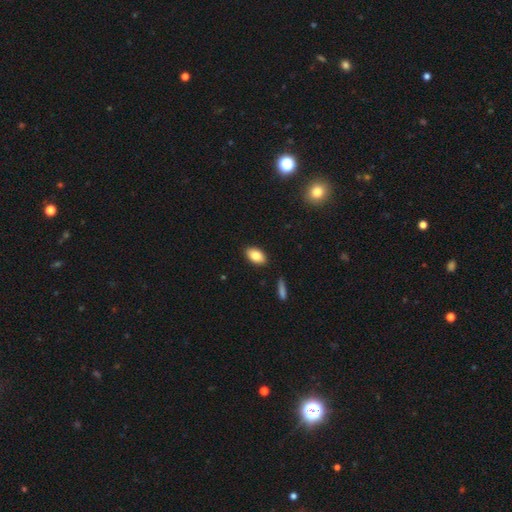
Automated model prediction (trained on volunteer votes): This appears to be a smooth galaxy with no disk features (84%) that is in between round and cigar-shaped (92%). Merging: none (88%).